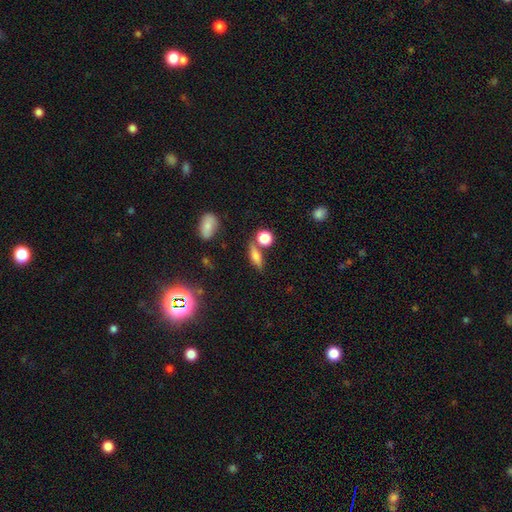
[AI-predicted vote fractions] Overall: smooth (62%; featured or disk 25%). How rounded: cigar-shaped (43%; in between 41%). Merging: none (70%).